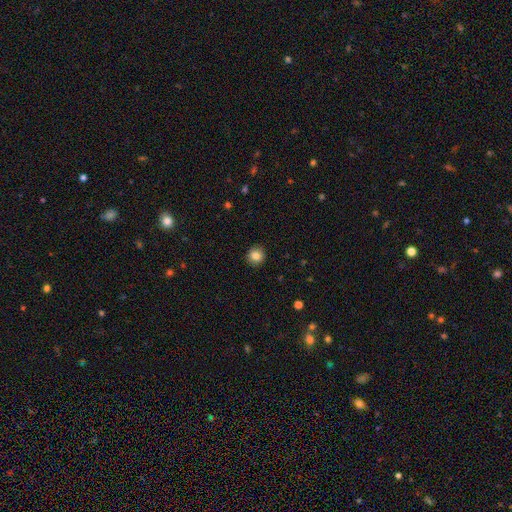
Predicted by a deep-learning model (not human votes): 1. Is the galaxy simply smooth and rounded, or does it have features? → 84% smooth, 10% star or artifact, 7% featured or disk.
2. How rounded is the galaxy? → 90% round, 9% in between, 1% cigar-shaped.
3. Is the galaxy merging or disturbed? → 91% none, 6% minor disturbance, 2% major disturbance, 1% merger.